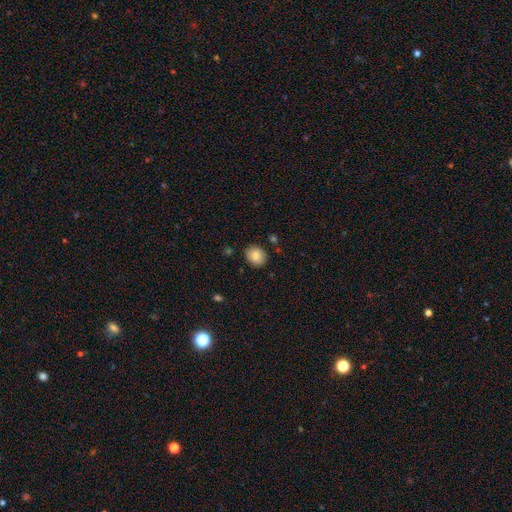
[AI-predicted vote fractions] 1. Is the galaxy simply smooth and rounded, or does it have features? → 84% smooth, 8% star or artifact, 7% featured or disk.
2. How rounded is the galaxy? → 61% round, 38% in between, 1% cigar-shaped.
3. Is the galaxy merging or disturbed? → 86% none, 10% minor disturbance, 2% major disturbance, 2% merger.